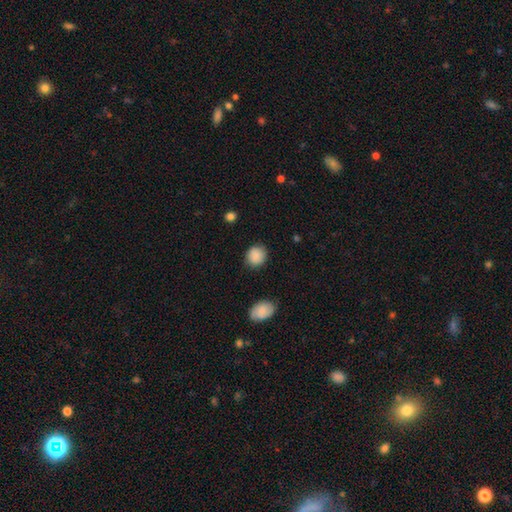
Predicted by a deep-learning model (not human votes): Q: Smooth or featured?
A: smooth (88%); runner-up: star or artifact (8%)
Q: How rounded?
A: round (79%); runner-up: in between (20%)
Q: Merging?
A: none (85%); runner-up: minor disturbance (11%)